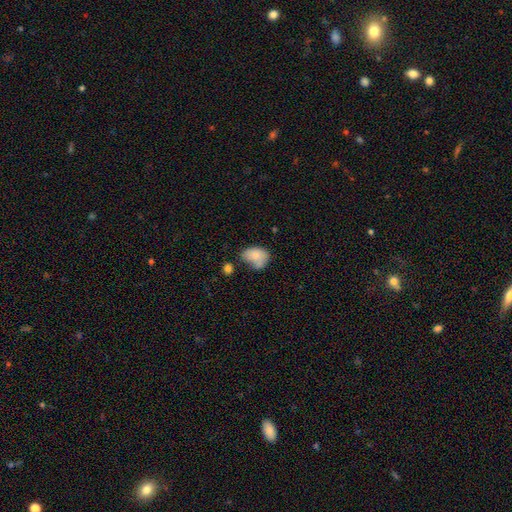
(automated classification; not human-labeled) This appears to be a smooth galaxy with no disk features (78%) that is in between round and cigar-shaped (76%). Merging: none (34%).